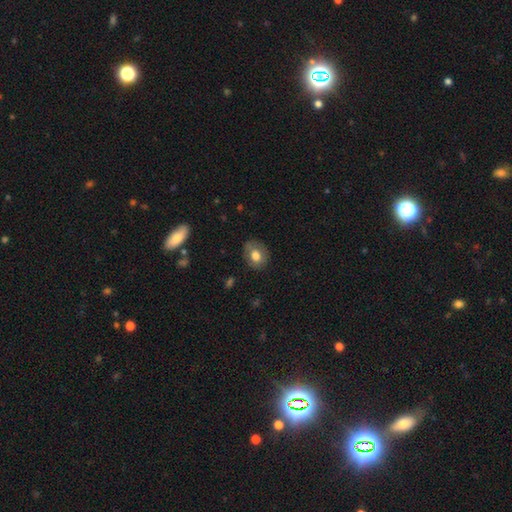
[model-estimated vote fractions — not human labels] Morphology: type=smooth (72%); roundness=round (54%); merging=none (79%).